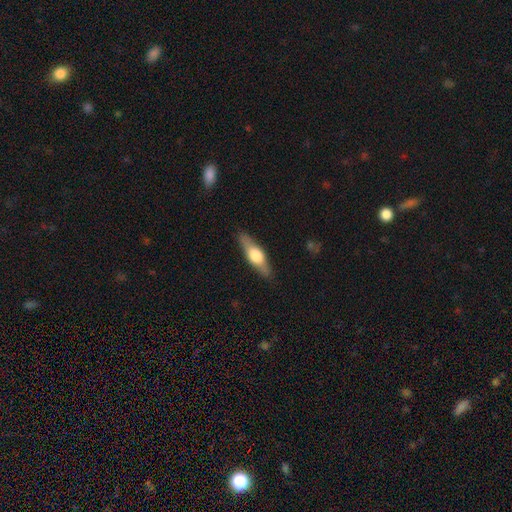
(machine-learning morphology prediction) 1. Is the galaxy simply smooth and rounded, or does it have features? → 52% featured or disk, 43% smooth, 5% star or artifact.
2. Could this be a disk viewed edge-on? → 92% yes, 8% no.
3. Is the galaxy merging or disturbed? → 87% none, 9% minor disturbance, 2% major disturbance, 1% merger.